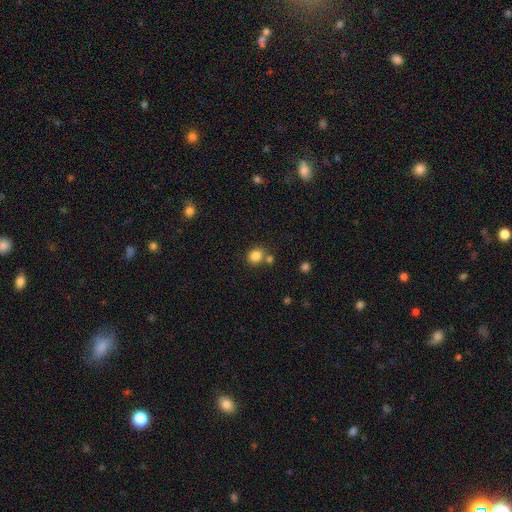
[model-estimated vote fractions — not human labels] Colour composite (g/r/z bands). It shows a smooth galaxy with no disk features (84%) that is round (74%). Merging: none (66%).